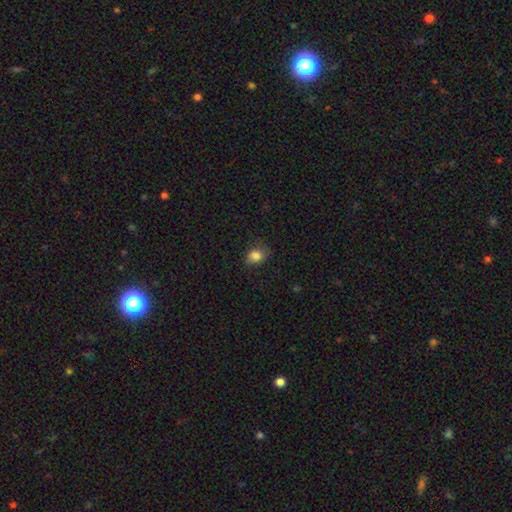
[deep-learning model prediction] Overall: smooth (83%). How rounded: in between (57%; round 42%). Merging: none (70%).